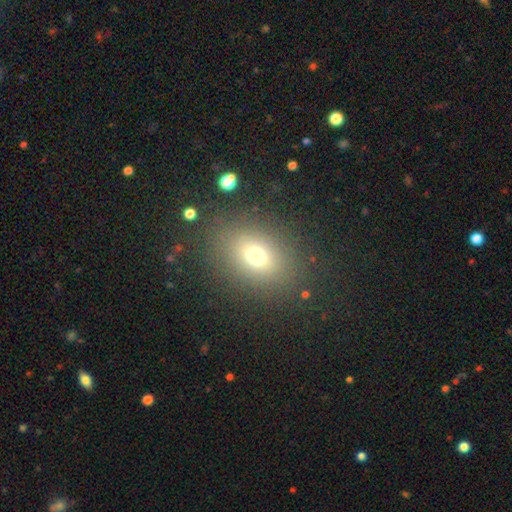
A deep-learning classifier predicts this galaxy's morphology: Smooth or featured? Predicted: smooth (p=0.70). How rounded? Predicted: in between (p=0.57). Merging? Predicted: none (p=0.82).